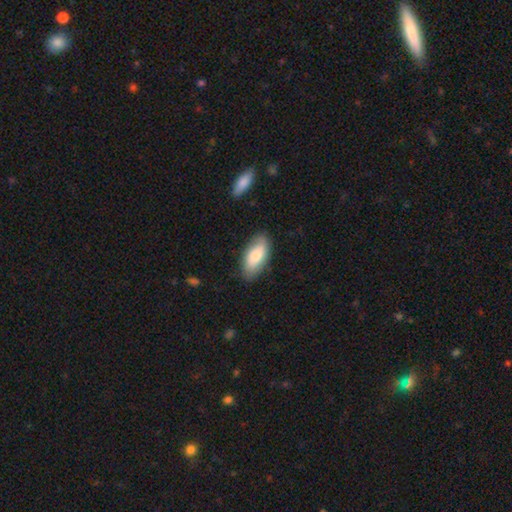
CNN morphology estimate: type=smooth (78%); roundness=in between (91%); merging=none (81%).